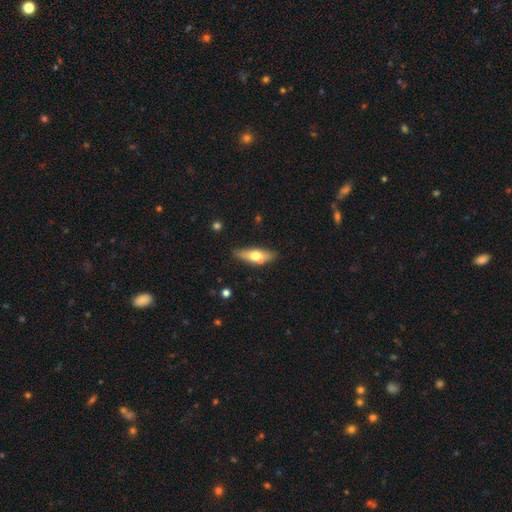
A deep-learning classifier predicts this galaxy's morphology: This appears to be a smooth galaxy with no disk features (56%) that is in between round and cigar-shaped (55%). Merging: none (74%).